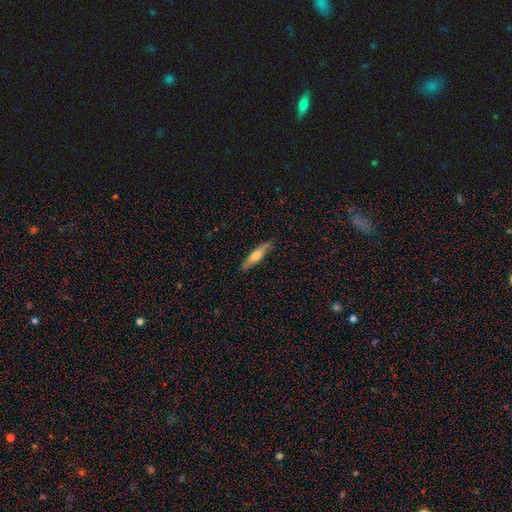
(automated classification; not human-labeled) smooth_or_featured: smooth (p=0.55) [alt: featured or disk p=0.40]
how_rounded: cigar-shaped (p=0.84) [alt: in between p=0.14]
merging: none (p=0.87) [alt: minor disturbance p=0.10]